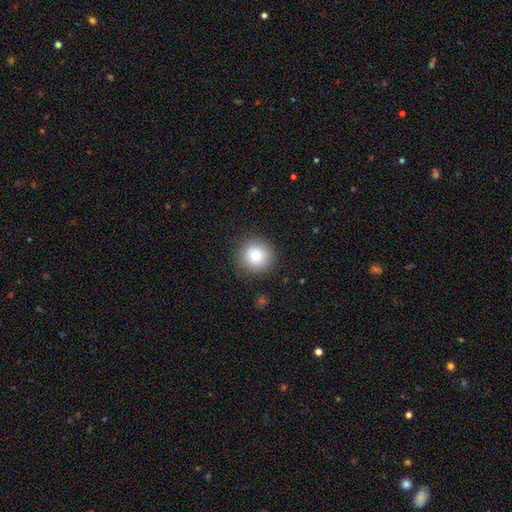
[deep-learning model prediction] A smooth galaxy with no disk features (77%) that is round (94%). Merging: none (89%).